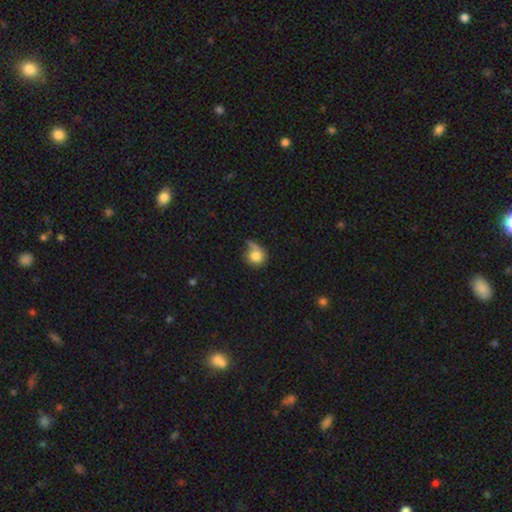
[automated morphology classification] Q: Smooth or featured?
A: smooth (75%); runner-up: featured or disk (16%)
Q: How rounded?
A: round (81%); runner-up: in between (18%)
Q: Merging?
A: none (42%); runner-up: minor disturbance (24%)